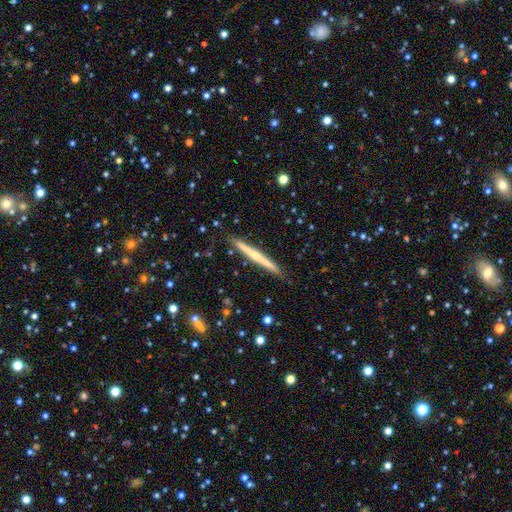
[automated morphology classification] featured or disk 58%, smooth 36%, star or artifact 6%. Down the decision tree: edge-on disk — yes (97%); edge-on bulge — none (53%); merging — none (89%).